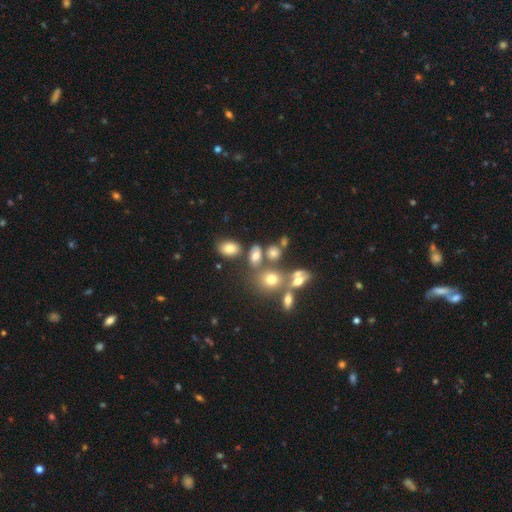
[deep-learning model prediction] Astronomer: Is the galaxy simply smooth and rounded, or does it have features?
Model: smooth — 67%.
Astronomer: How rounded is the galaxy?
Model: in between — 67%.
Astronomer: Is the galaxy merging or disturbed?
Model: none — 53%.